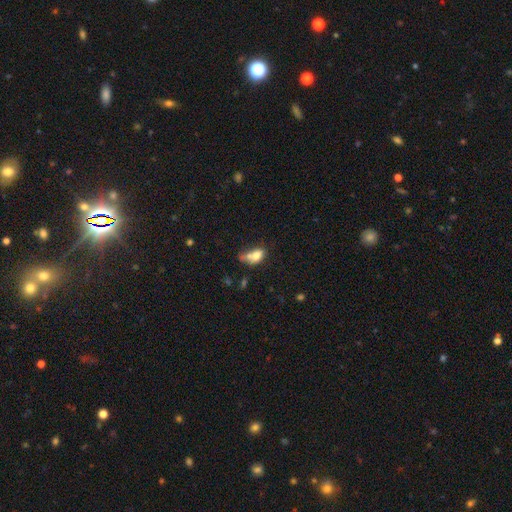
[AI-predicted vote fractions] smooth-or-featured: smooth: 73% | featured or disk: 17% | star or artifact: 10%
  how-rounded: in between: 82% | round: 15% | cigar-shaped: 3%
  merging: merger: 43% | none: 26% | minor disturbance: 18% | major disturbance: 12%